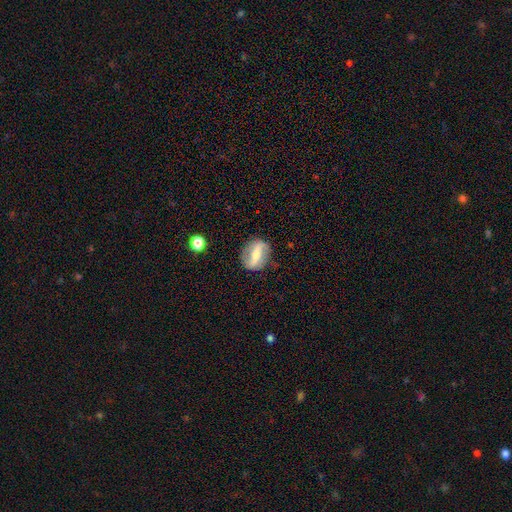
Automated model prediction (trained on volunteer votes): Q: Smooth or featured?
A: featured or disk (64%); runner-up: smooth (29%)
Q: Edge-on disk?
A: no (86%); runner-up: yes (14%)
Q: Bar?
A: strong (73%); runner-up: weak (19%)
Q: Spiral arms?
A: yes (52%); runner-up: no (48%)
Q: Bulge size?
A: moderate (50%); runner-up: small (36%)
Q: Merging?
A: none (81%); runner-up: minor disturbance (13%)